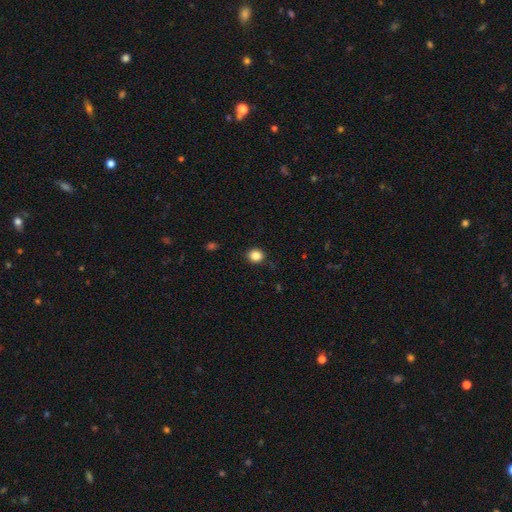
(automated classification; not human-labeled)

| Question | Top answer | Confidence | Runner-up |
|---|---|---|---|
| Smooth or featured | smooth | 85% | star or artifact (11%) |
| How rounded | round | 81% | in between (18%) |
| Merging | none | 88% | minor disturbance (9%) |